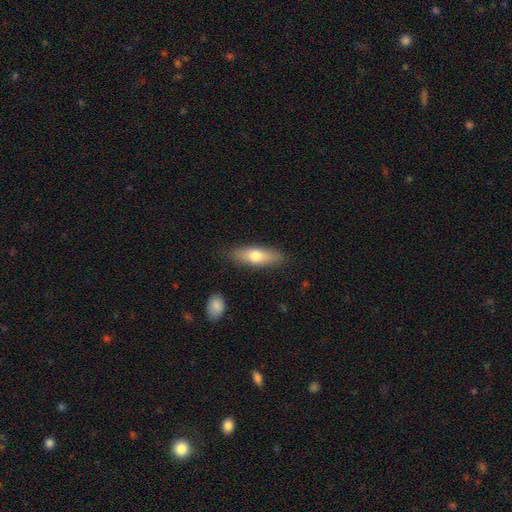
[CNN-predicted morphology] Smooth or featured: smooth — 67% (featured or disk — 27%)
How rounded: in between — 52% (cigar-shaped — 45%)
Merging: none — 85% (minor disturbance — 11%)